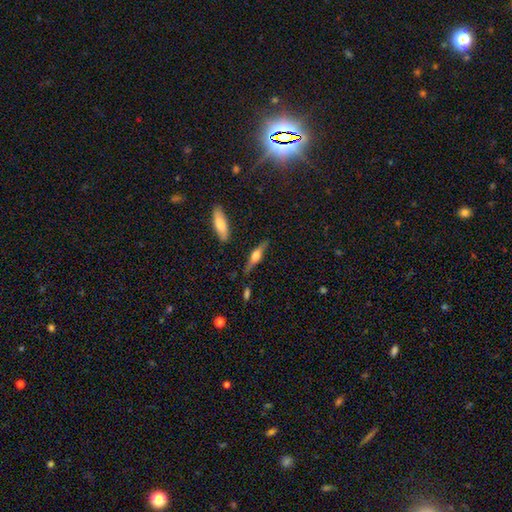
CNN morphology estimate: Overall: featured or disk (59%; smooth 34%). Edge-on disk: yes (94%). Edge-on bulge: rounded (90%). Merging: none (79%).